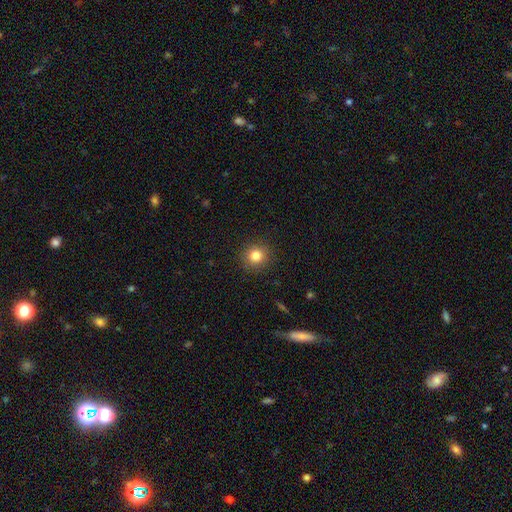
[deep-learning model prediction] Smooth or featured: smooth — 83% (star or artifact — 12%)
How rounded: round — 91% (in between — 8%)
Merging: none — 91% (minor disturbance — 6%)